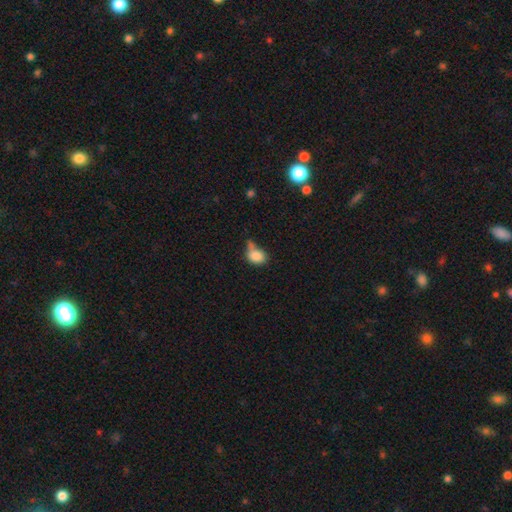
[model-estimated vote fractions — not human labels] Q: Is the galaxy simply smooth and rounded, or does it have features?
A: smooth — 83%.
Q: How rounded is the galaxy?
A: in between — 58%.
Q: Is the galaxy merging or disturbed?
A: none — 35%.